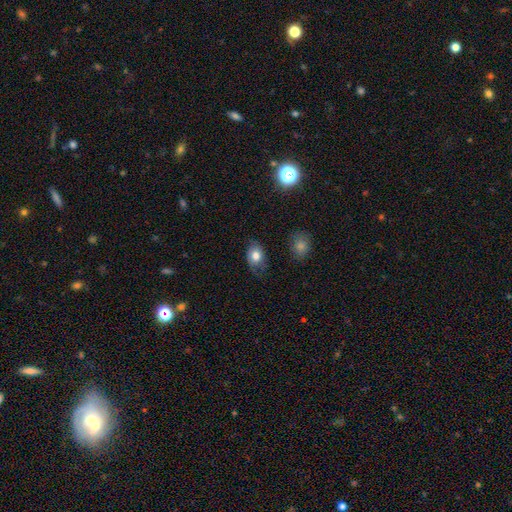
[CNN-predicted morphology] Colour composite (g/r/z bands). It shows a smooth galaxy with no disk features (77%) that is in between round and cigar-shaped (77%). Merging: none (67%).